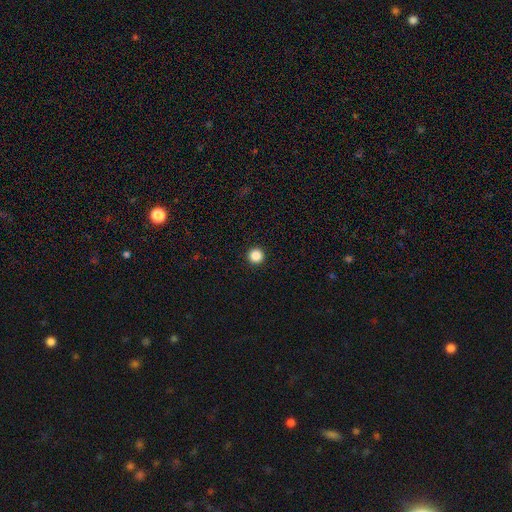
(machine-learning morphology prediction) Smooth or featured?
  - smooth: 86% *
  - star or artifact: 11%
  - featured or disk: 3%
How rounded?
  - round: 97% *
  - in between: 2%
  - cigar-shaped: 1%
Merging?
  - none: 94% *
  - minor disturbance: 3%
  - major disturbance: 1%
  - merger: 1%